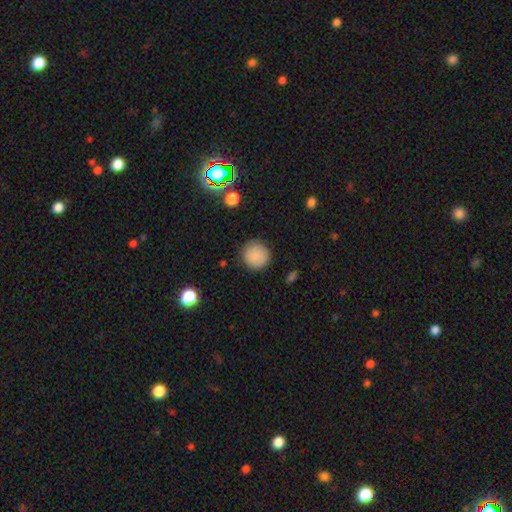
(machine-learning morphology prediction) This appears to be a smooth galaxy with no disk features (86%) that is round (94%). Merging: none (87%).